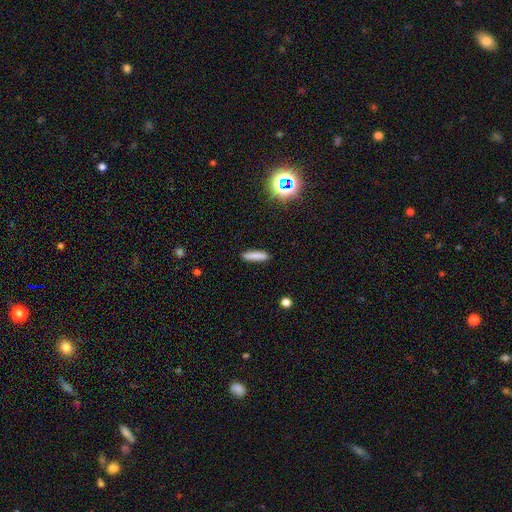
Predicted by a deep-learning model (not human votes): Morphology: type=smooth (84%); roundness=cigar-shaped (77%); merging=none (89%).